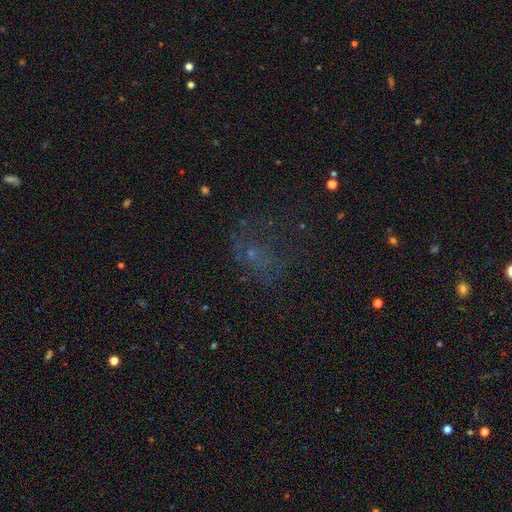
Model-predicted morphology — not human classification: featured or disk 36%, star or artifact 33%, smooth 30%. Down the decision tree: merging — none (45%).